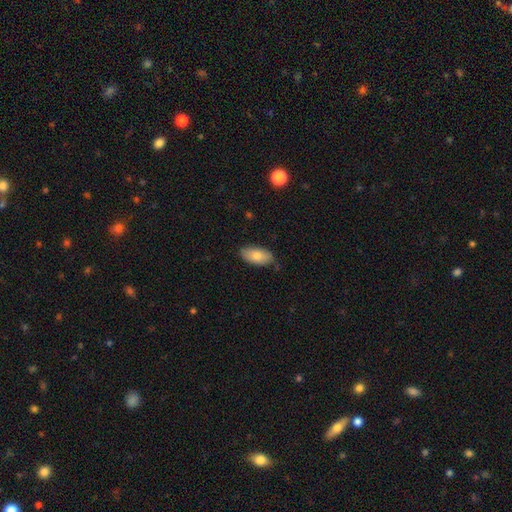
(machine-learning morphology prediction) smooth_or_featured: smooth (p=0.80) [alt: featured or disk p=0.13]
how_rounded: in between (p=0.93) [alt: cigar-shaped p=0.04]
merging: none (p=0.82) [alt: minor disturbance p=0.14]